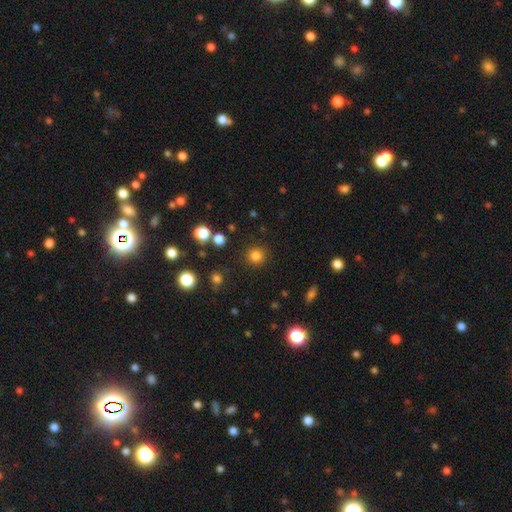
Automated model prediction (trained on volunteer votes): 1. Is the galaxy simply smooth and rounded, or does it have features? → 82% smooth, 14% star or artifact, 4% featured or disk.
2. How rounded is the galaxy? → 93% round, 6% in between, 1% cigar-shaped.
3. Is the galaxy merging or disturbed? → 89% none, 6% minor disturbance, 3% major disturbance, 2% merger.